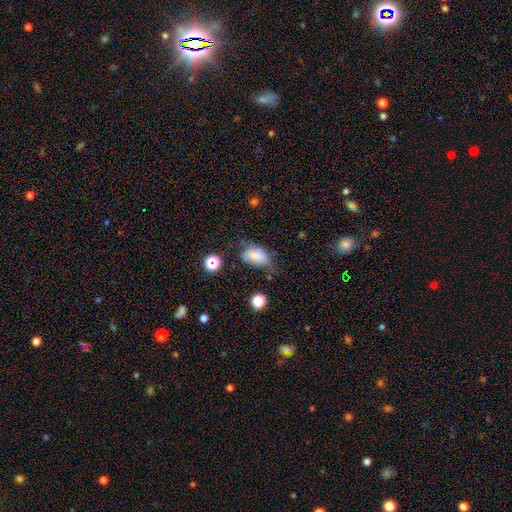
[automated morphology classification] Smooth or featured: smooth — 69% (featured or disk — 20%)
How rounded: in between — 87% (round — 11%)
Merging: none — 44% (minor disturbance — 35%)